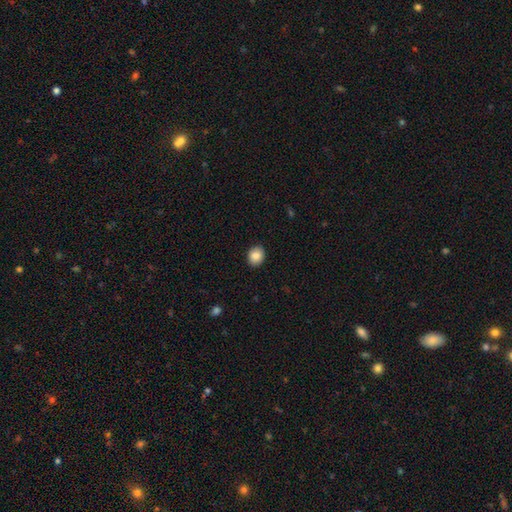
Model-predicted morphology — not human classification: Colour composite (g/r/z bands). It shows a smooth galaxy with no disk features (86%) that is round (56%). Merging: none (90%).